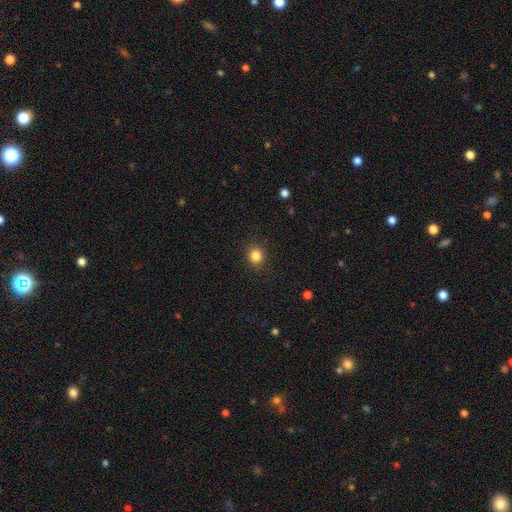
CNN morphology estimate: The model was most divided on "how rounded": round: 82%, in between: 17%, cigar-shaped: 1%. More confident: merging — none (90%); smooth or featured — smooth (85%).